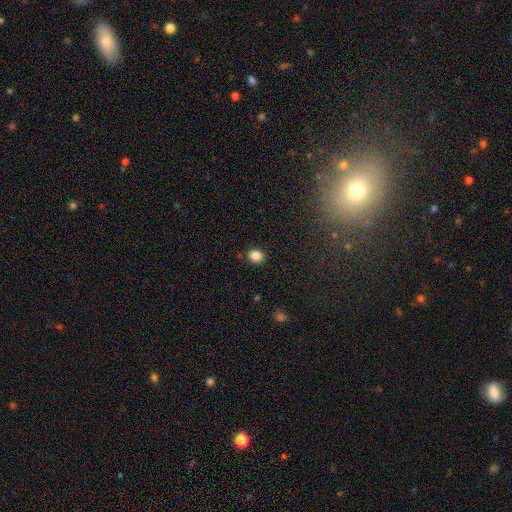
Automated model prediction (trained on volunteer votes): This appears to be a smooth galaxy with no disk features (85%) that is round (68%). Merging: none (87%).